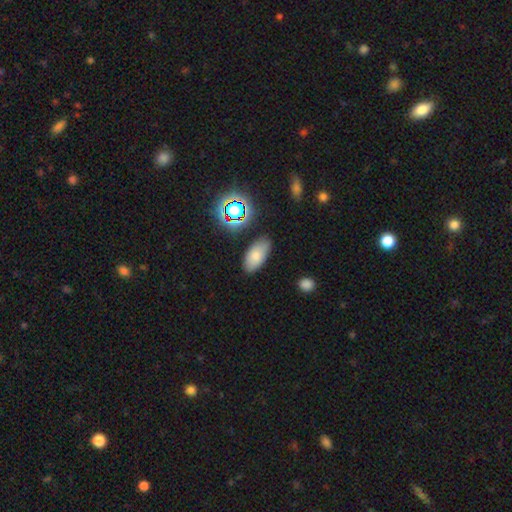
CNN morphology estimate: Smooth or featured? smooth (69%)
How rounded? in between (91%)
Merging? none (81%)